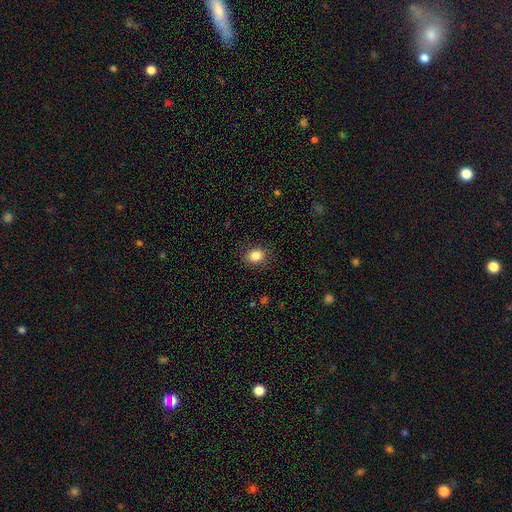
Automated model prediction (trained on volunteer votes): Overall: smooth (85%). How rounded: round (54%; in between 45%). Merging: none (86%).